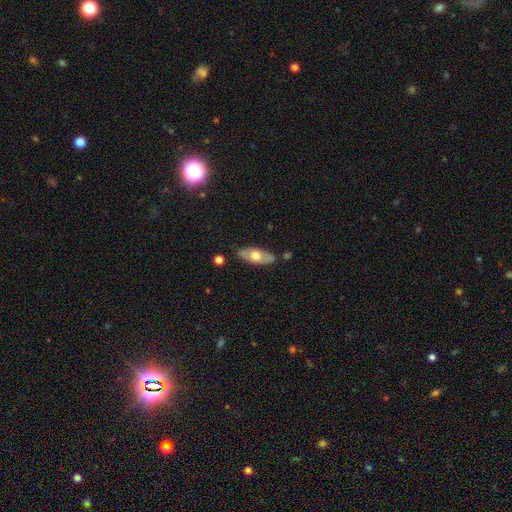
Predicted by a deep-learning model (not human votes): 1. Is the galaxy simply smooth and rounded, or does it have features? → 52% smooth, 43% featured or disk, 6% star or artifact.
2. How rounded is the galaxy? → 80% in between, 17% cigar-shaped, 3% round.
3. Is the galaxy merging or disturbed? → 82% none, 12% minor disturbance, 3% merger, 3% major disturbance.